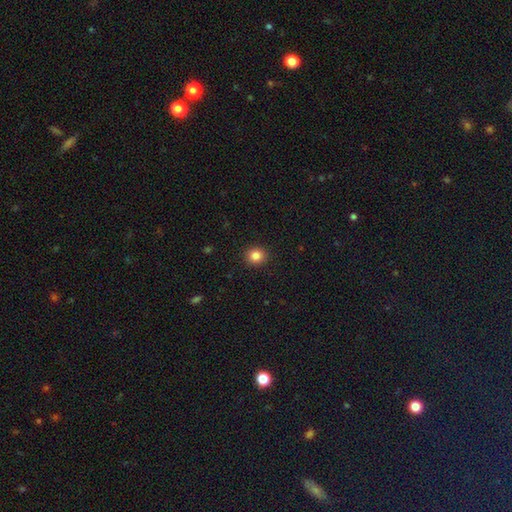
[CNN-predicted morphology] type=smooth (85%); roundness=round (86%); merging=none (92%).